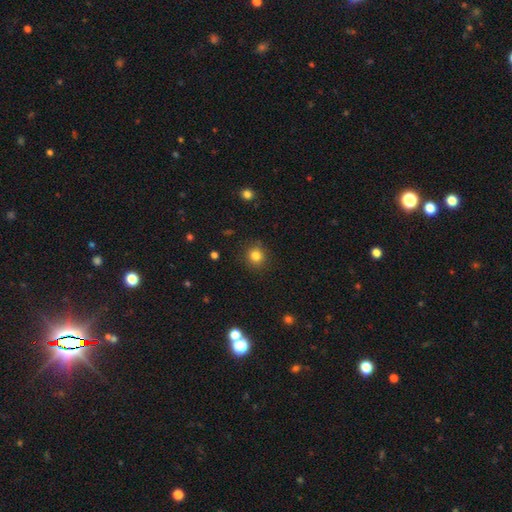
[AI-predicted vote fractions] This is clearly a smooth galaxy (82%). How rounded: clearly round (91%). Merging: clearly none (88%).